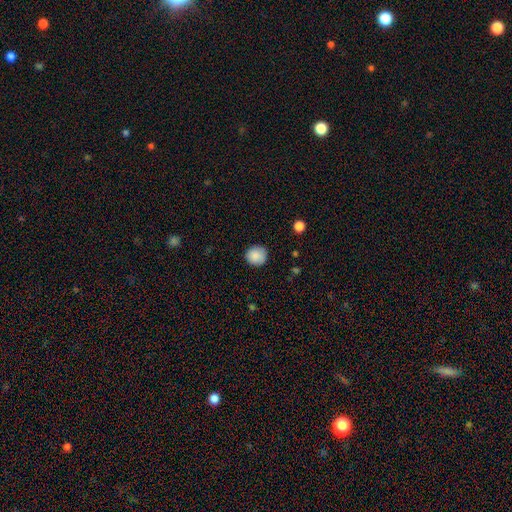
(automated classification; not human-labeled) A smooth galaxy with no disk features (88%) that is round (89%). Merging: none (86%).